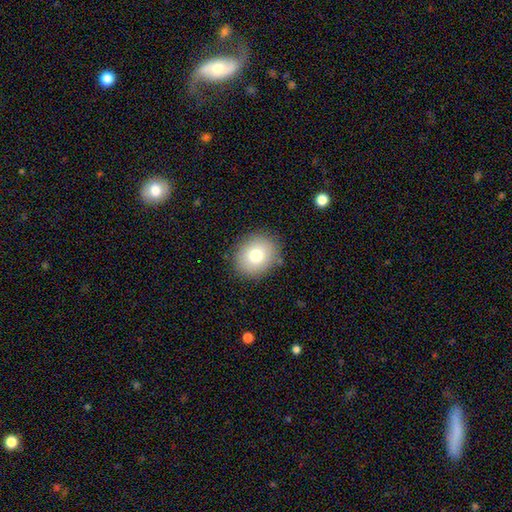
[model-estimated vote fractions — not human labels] Overall: smooth (77%). How rounded: round (64%; in between 35%). Merging: none (86%).